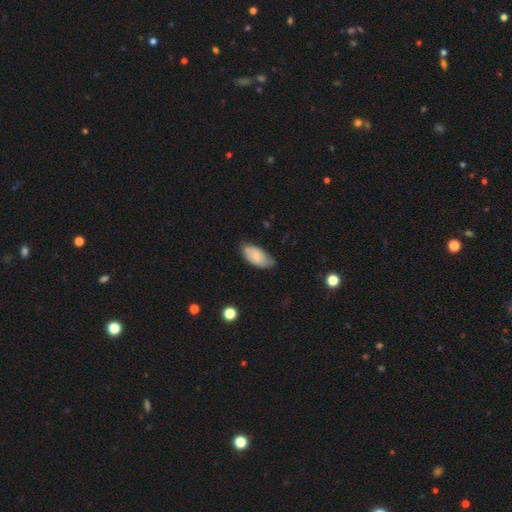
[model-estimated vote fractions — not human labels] This is likely a smooth galaxy (74%). How rounded: clearly in between (93%). Merging: likely none (69%).